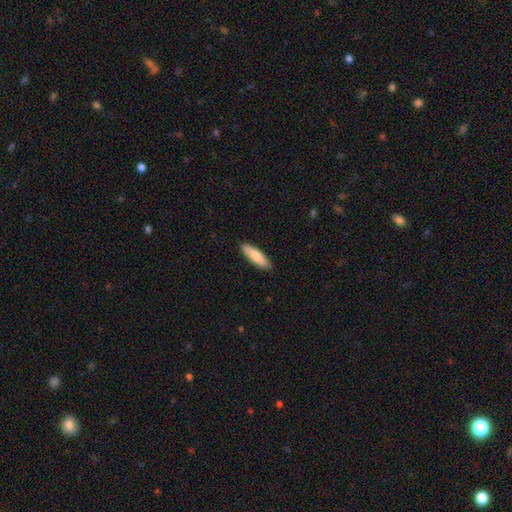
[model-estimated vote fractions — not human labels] Smooth or featured? smooth (82%)
How rounded? cigar-shaped (65%)
Merging? none (88%)